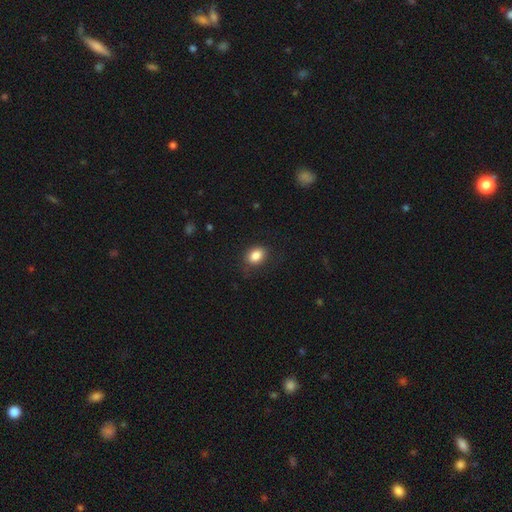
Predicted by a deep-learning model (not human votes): A smooth galaxy with no disk features (86%) that is in between round and cigar-shaped (72%).

Vote fractions:
- Smooth or featured? smooth: 86% / star or artifact: 9% / featured or disk: 6%
- How rounded? in between: 72% / round: 26% / cigar-shaped: 1%
- Merging? none: 81% / minor disturbance: 14% / major disturbance: 4% / merger: 1%